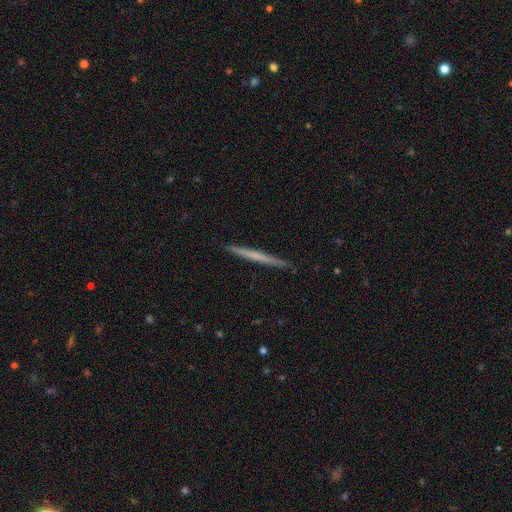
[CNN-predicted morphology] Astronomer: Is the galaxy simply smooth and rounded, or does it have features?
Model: featured or disk — 49% (runner-up: smooth, 45%).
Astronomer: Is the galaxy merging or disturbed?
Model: none — 92%.